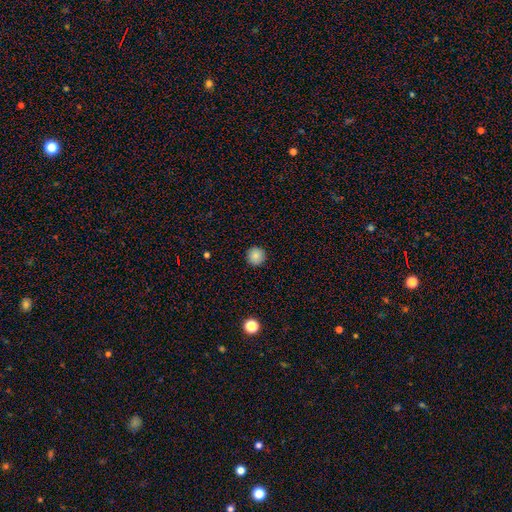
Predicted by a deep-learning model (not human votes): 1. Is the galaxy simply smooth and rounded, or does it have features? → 85% smooth, 10% star or artifact, 5% featured or disk.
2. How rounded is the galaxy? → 96% round, 3% in between, 1% cigar-shaped.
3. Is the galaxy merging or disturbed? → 92% none, 5% minor disturbance, 2% major disturbance, 1% merger.